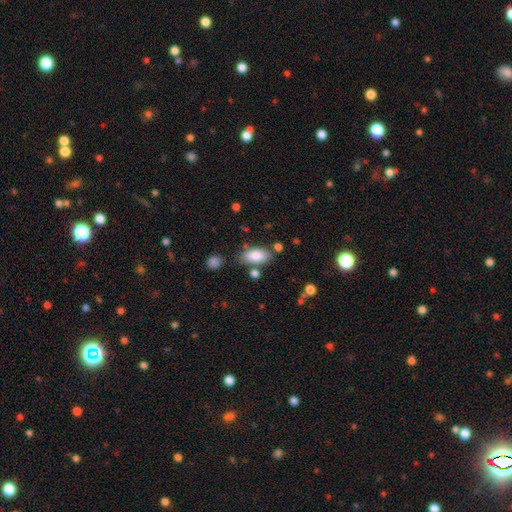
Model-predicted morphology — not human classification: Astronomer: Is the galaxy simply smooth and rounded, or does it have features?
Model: smooth — 85%.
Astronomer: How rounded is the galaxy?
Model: in between — 91%.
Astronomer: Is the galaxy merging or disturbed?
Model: none — 74%.